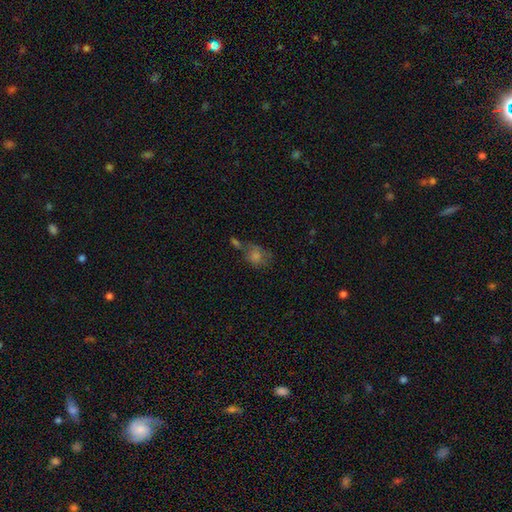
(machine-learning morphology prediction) smooth_or_featured: smooth (p=0.52) [alt: featured or disk p=0.24]
how_rounded: round (p=0.52) [alt: in between p=0.46]
merging: none (p=0.46) [alt: merger p=0.23]